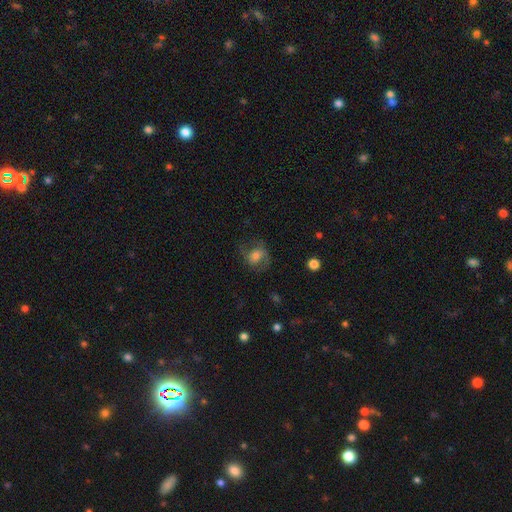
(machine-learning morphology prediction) smooth 47%, featured or disk 43%, star or artifact 10%. Down the decision tree: merging — none (58%).